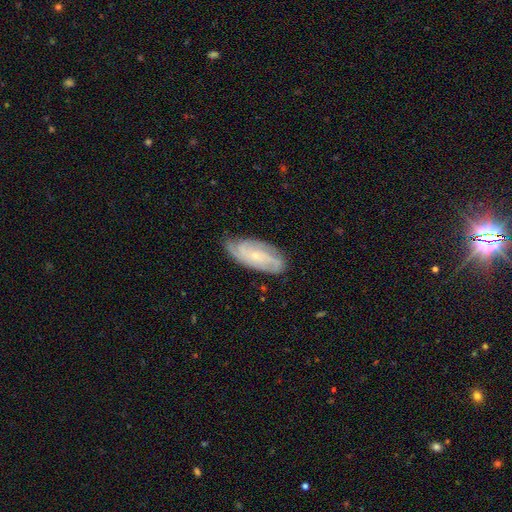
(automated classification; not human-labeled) featured or disk 76%, smooth 17%, star or artifact 6%. Down the decision tree: edge-on disk — no (92%); bar — no (68%); spiral arms — yes (95%); spiral arm count — 3 (29%); spiral winding — tight (53%); bulge size — small (77%); merging — none (75%).